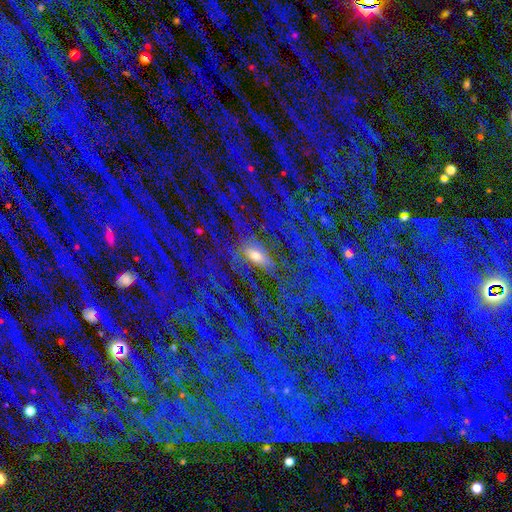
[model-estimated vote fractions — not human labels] Smooth or featured?
  - star or artifact: 57% *
  - featured or disk: 25%
  - smooth: 18%